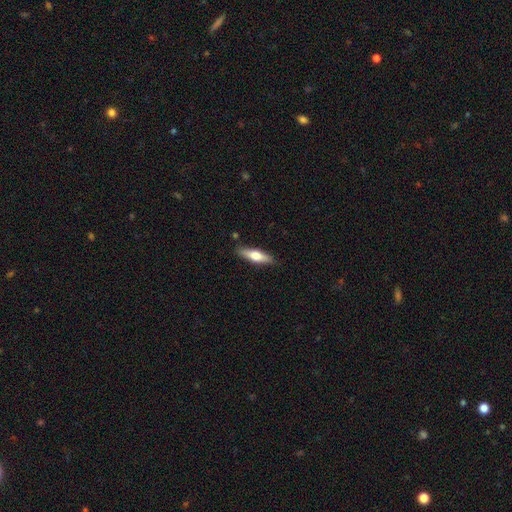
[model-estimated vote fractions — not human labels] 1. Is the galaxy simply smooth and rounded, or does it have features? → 55% smooth, 39% featured or disk, 5% star or artifact.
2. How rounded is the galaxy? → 65% cigar-shaped, 33% in between, 2% round.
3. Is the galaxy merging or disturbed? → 86% none, 10% minor disturbance, 2% major disturbance, 2% merger.